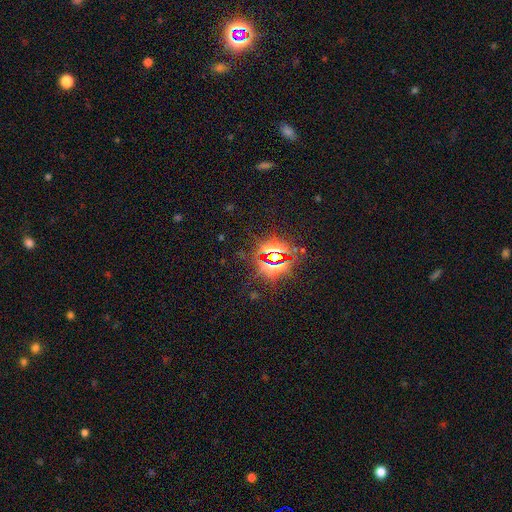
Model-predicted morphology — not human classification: This is clearly a star or artifact rather than a galaxy (82%).